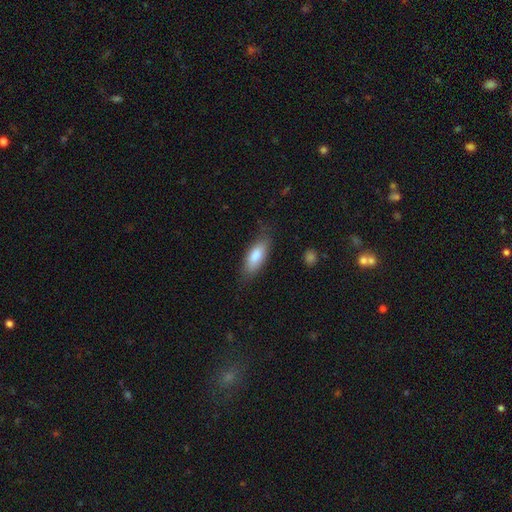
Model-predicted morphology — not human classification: Smooth or featured?
  - smooth: 83% *
  - featured or disk: 11%
  - star or artifact: 6%
How rounded?
  - in between: 75% *
  - cigar-shaped: 23%
  - round: 2%
Merging?
  - none: 76% *
  - minor disturbance: 18%
  - major disturbance: 5%
  - merger: 1%